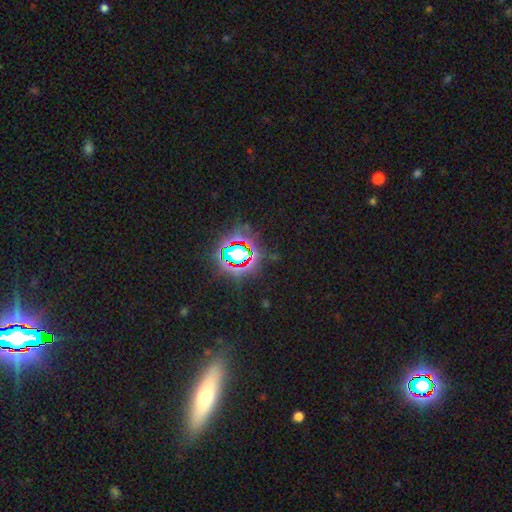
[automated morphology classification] Q: Smooth or featured?
A: star or artifact (78%); runner-up: smooth (14%)